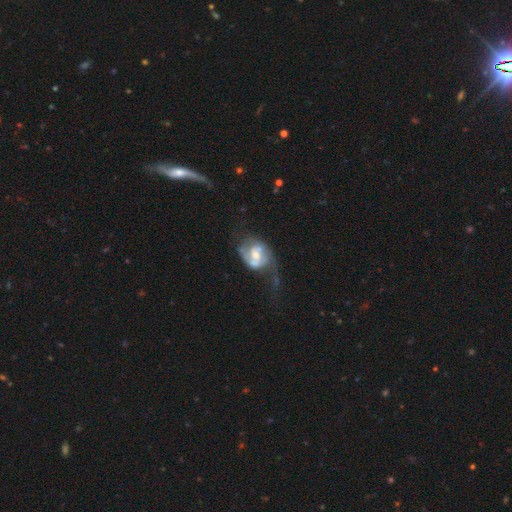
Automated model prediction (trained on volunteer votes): The model was most divided on "bar": no: 45%, weak: 42%, strong: 13%. Remaining: edge-on disk — no (97%); spiral arms — yes (81%); smooth or featured — featured or disk (75%); spiral arm count — 2 (72%); bulge size — moderate (56%); spiral winding — medium (41%); merging — major disturbance (39%).